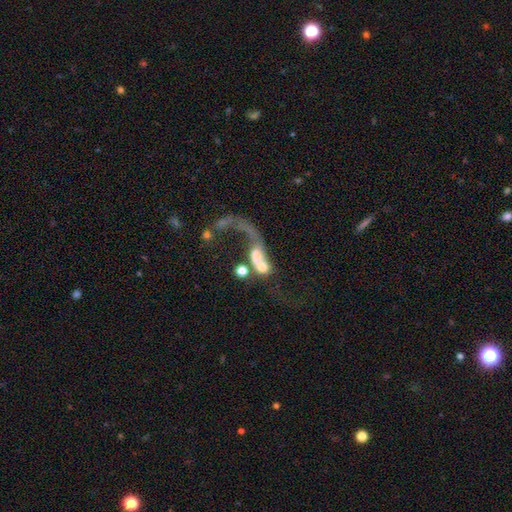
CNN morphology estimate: Smooth or featured: featured or disk — 44% (smooth — 43%)
Merging: merger — 55% (major disturbance — 29%)